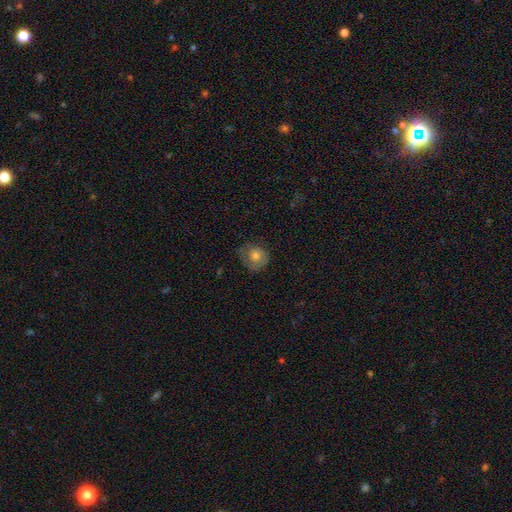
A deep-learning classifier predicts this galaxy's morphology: smooth 68%, featured or disk 23%, star or artifact 9%. Down the decision tree: how rounded — round (84%); merging — none (66%).